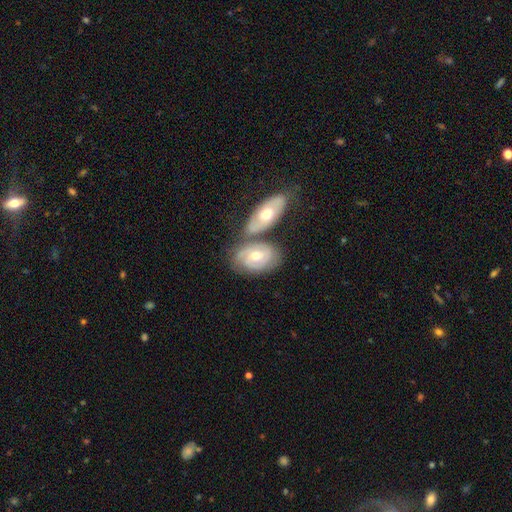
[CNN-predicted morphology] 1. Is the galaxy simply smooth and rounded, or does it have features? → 71% featured or disk, 24% smooth, 5% star or artifact.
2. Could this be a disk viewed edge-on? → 93% no, 7% yes.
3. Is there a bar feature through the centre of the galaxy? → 62% no, 31% weak, 7% strong.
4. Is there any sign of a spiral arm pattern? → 85% yes, 15% no.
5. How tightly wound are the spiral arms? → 62% tight, 30% medium, 7% loose.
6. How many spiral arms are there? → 52% 2, 28% can't tell, 11% 3, 4% 1, 3% 4, 2% more than 4.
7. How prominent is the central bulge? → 73% moderate, 22% small, 3% large, 1% none, 1% dominant.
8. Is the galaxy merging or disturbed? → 50% none, 30% merger, 15% minor disturbance, 5% major disturbance.